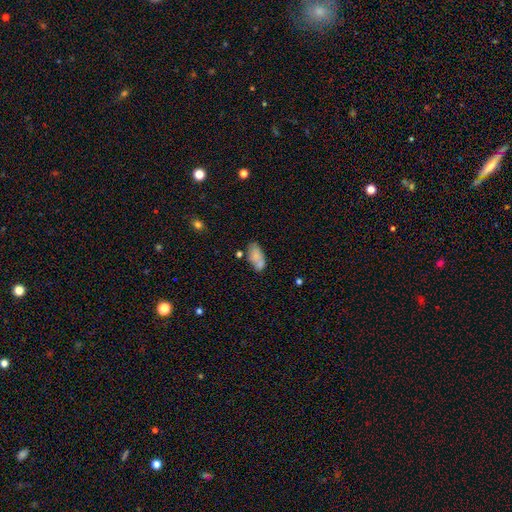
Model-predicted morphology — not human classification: smooth_or_featured: smooth (p=0.74) [alt: featured or disk p=0.18]
how_rounded: in between (p=0.90) [alt: cigar-shaped p=0.07]
merging: none (p=0.54) [alt: minor disturbance p=0.22]